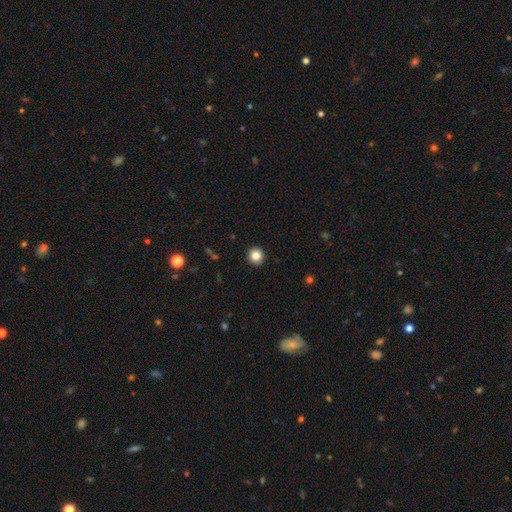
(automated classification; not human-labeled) Smooth or featured? Predicted: smooth (p=0.83). How rounded? Predicted: round (p=0.94). Merging? Predicted: none (p=0.93).